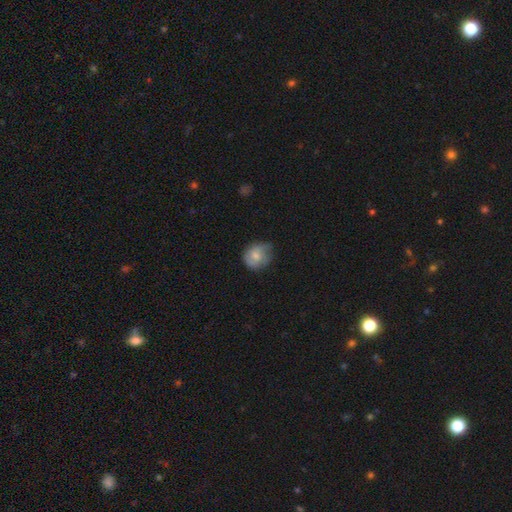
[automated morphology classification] Smooth or featured? smooth (66%)
How rounded? round (71%)
Merging? none (50%)